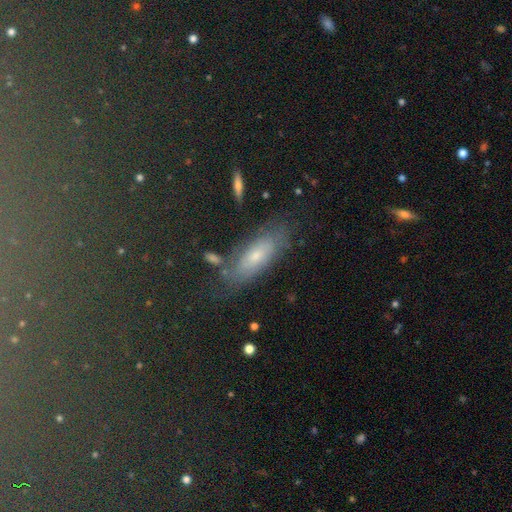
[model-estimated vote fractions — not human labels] Overall: smooth (47%; featured or disk 32%). Merging: none (71%).